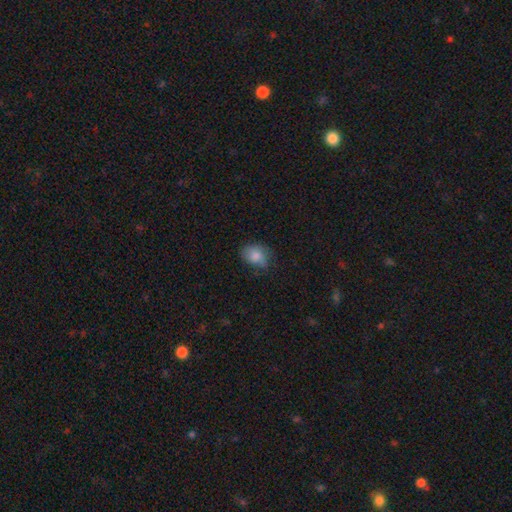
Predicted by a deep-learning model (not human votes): Smooth or featured? smooth (82%)
How rounded? in between (68%)
Merging? none (56%)